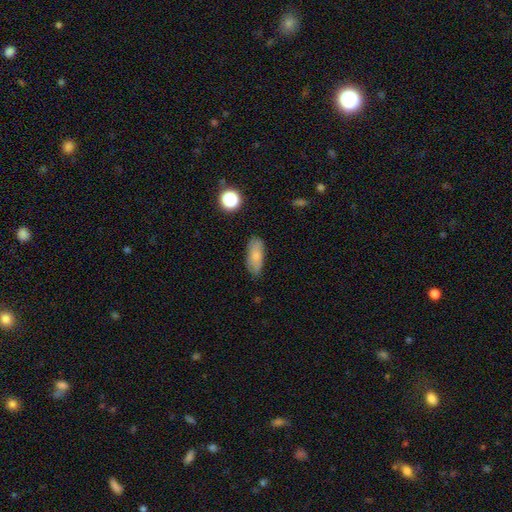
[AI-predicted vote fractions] smooth_or_featured: smooth (p=0.78) [alt: featured or disk p=0.14]
how_rounded: in between (p=0.83) [alt: cigar-shaped p=0.14]
merging: none (p=0.76) [alt: minor disturbance p=0.18]